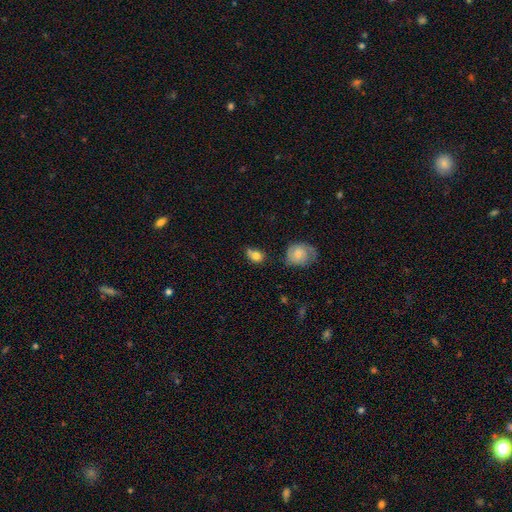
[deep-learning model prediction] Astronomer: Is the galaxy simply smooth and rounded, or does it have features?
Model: smooth — 78%.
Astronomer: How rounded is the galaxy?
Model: round — 54% (runner-up: in between, 44%).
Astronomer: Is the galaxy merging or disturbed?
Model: none — 42% (runner-up: merger, 26%).